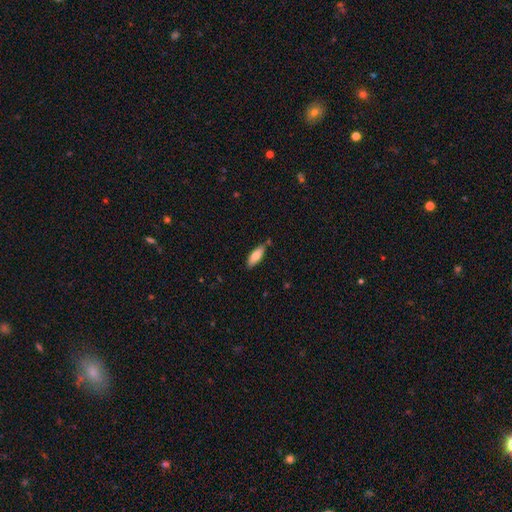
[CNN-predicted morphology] Smooth or featured? smooth (77%)
How rounded? in between (70%)
Merging? none (78%)